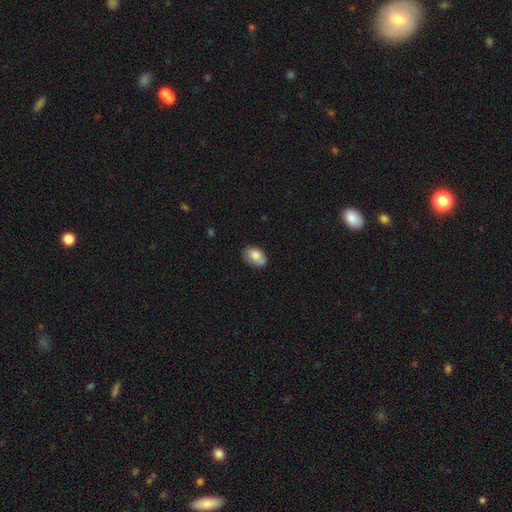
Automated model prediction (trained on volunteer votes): Overall: smooth (81%). How rounded: in between (88%). Merging: none (65%; minor disturbance 25%).